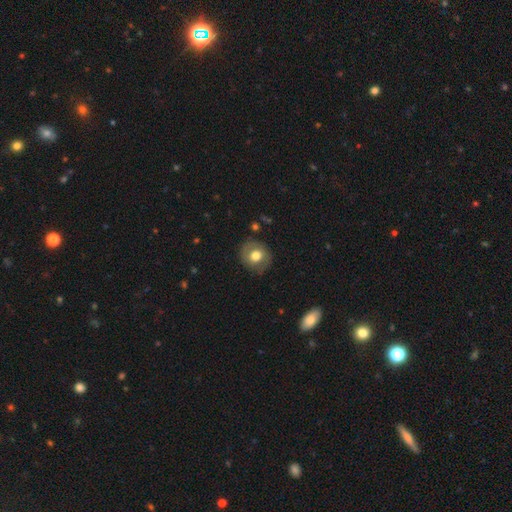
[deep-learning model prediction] Overall: smooth (67%). How rounded: round (81%). Merging: none (83%).